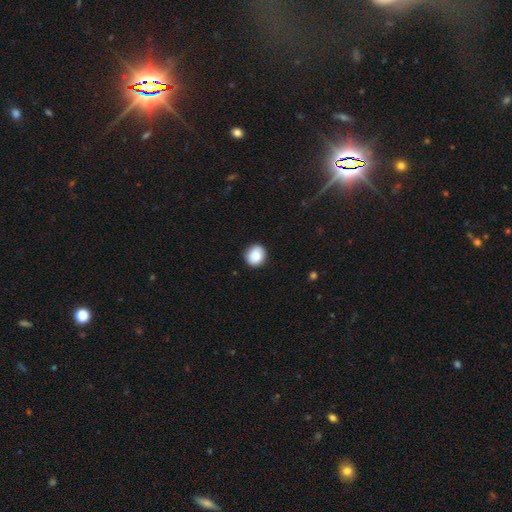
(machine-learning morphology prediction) type=smooth (86%); roundness=round (77%); merging=none (88%).